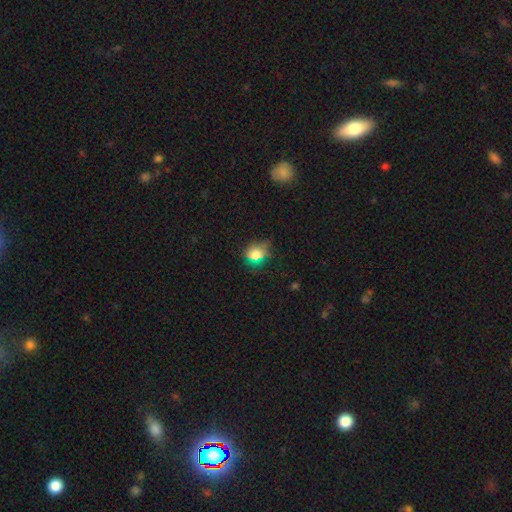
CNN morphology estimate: The model was most divided on "merging": none: 60%, minor disturbance: 25%, major disturbance: 11%, merger: 4%. More confident: smooth or featured — smooth (74%); how rounded — round (67%).